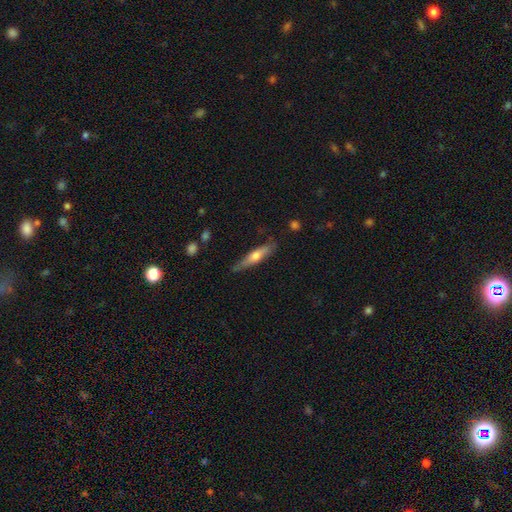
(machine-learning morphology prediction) The model was most divided on "smooth or featured": smooth: 51%, featured or disk: 44%, star or artifact: 6%. More confident: how rounded — cigar-shaped (81%); merging — none (71%).